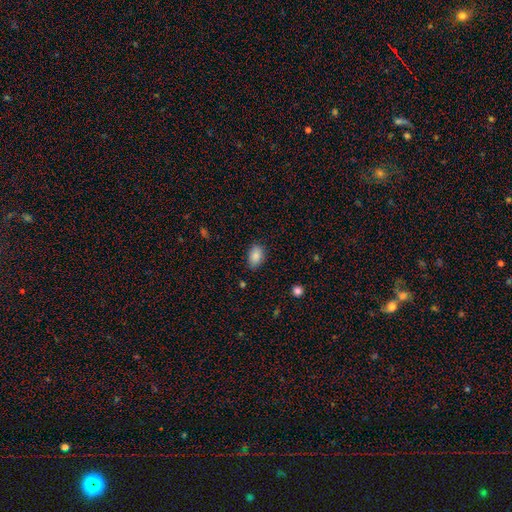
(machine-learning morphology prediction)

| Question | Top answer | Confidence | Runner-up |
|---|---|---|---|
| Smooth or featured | smooth | 87% | star or artifact (8%) |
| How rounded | in between | 88% | round (10%) |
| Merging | none | 82% | minor disturbance (14%) |